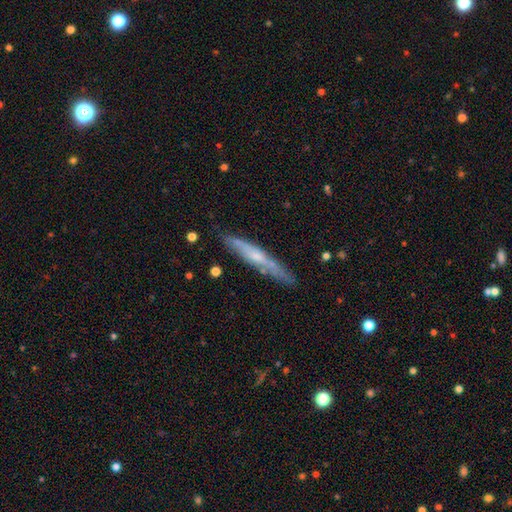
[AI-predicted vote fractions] Morphology: type=featured or disk (55%); edge-on=yes (85%); merging=none (76%).